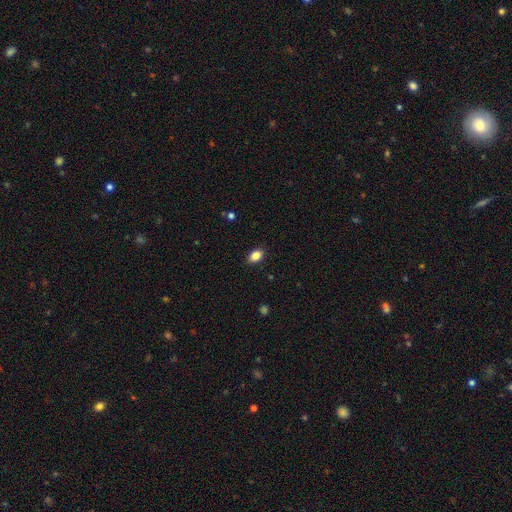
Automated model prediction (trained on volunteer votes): smooth 85%, star or artifact 9%, featured or disk 6%. Down the decision tree: how rounded — in between (84%); merging — none (88%).